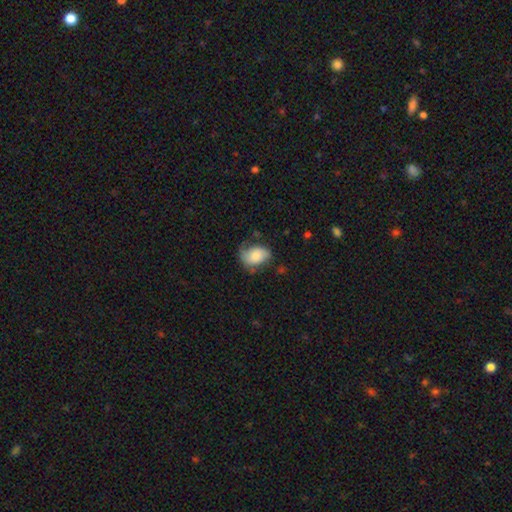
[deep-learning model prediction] Smooth or featured? Predicted: smooth (p=0.66). How rounded? Predicted: in between (p=0.81). Merging? Predicted: none (p=0.47).